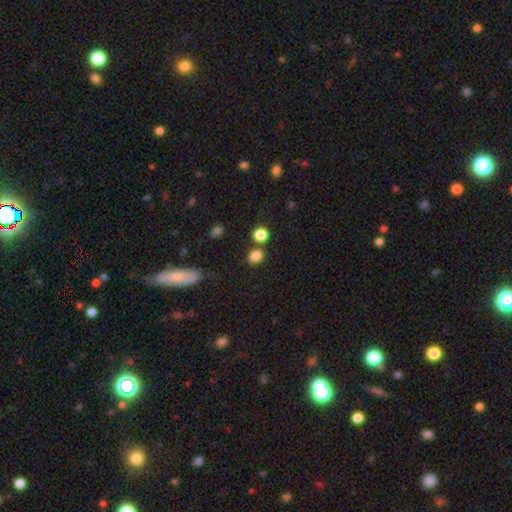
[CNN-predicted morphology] This is clearly a smooth galaxy (82%). How rounded: likely round (61%). Merging: likely none (71%).